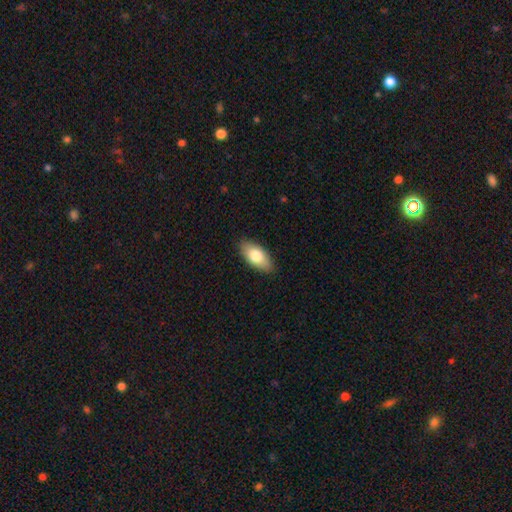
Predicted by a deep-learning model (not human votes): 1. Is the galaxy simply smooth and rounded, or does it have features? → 78% smooth, 16% featured or disk, 6% star or artifact.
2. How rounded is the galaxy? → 90% in between, 7% cigar-shaped, 3% round.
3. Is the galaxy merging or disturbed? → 88% none, 10% minor disturbance, 2% major disturbance, 1% merger.